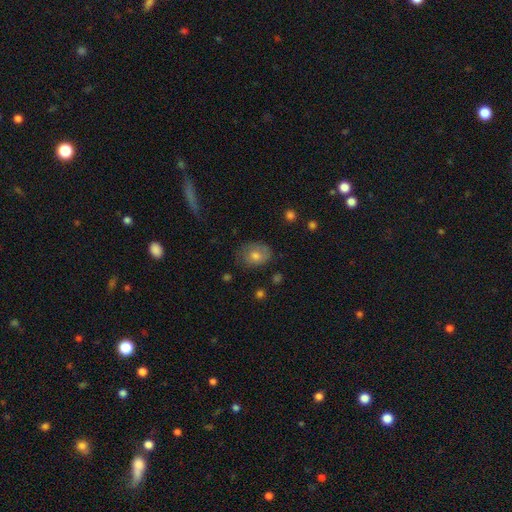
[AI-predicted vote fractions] Smooth or featured? smooth (65%)
How rounded? in between (58%)
Merging? none (71%)